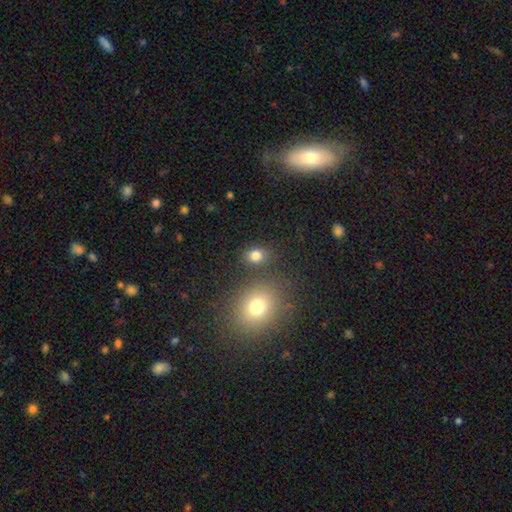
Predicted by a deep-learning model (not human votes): smooth 80%, star or artifact 14%, featured or disk 6%. Down the decision tree: how rounded — round (51%); merging — none (77%).